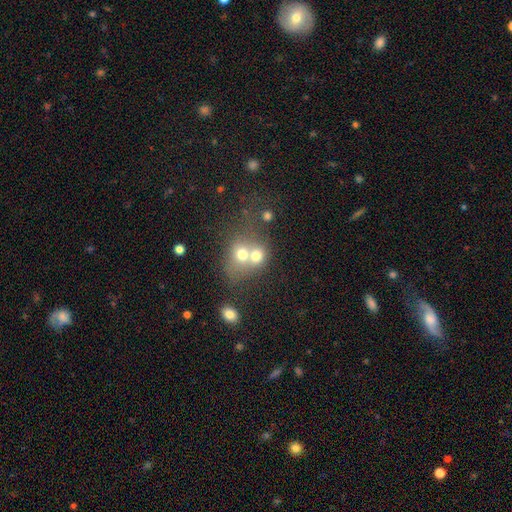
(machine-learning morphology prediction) Q: Smooth or featured?
A: smooth (68%); runner-up: featured or disk (19%)
Q: How rounded?
A: round (65%); runner-up: in between (34%)
Q: Merging?
A: merger (67%); runner-up: none (23%)